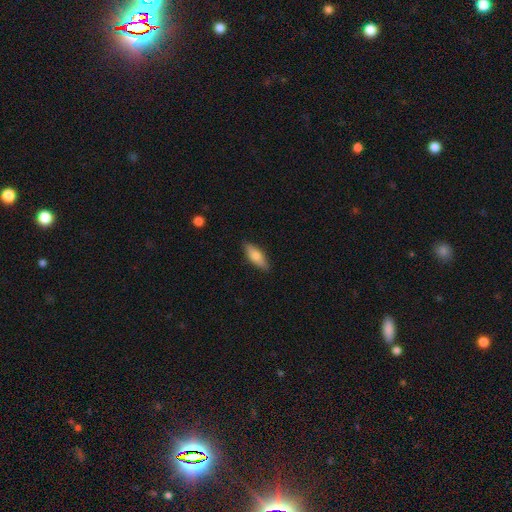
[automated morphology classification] Overall: smooth (71%). How rounded: in between (63%; cigar-shaped 35%). Merging: none (86%).